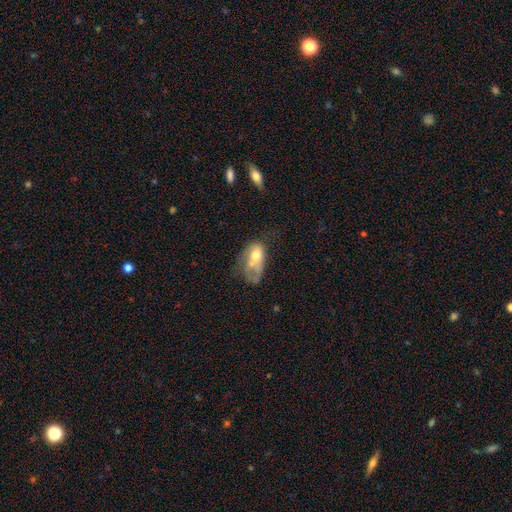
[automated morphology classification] This is possibly a smooth galaxy (54%). How rounded: clearly in between (84%). Merging: marginally major disturbance (41%).